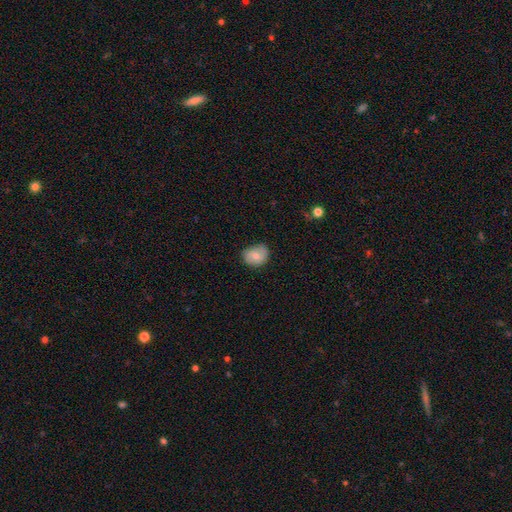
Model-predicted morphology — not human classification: Smooth or featured? Predicted: smooth (p=0.72). How rounded? Predicted: round (p=0.50). Merging? Predicted: none (p=0.67).